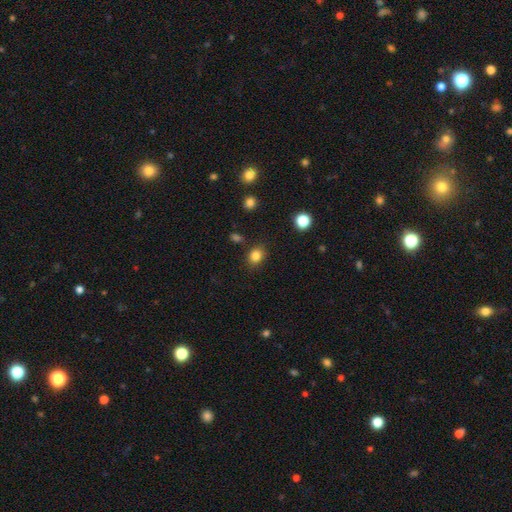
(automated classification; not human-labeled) Morphology: type=smooth (83%); roundness=round (55%); merging=none (83%).